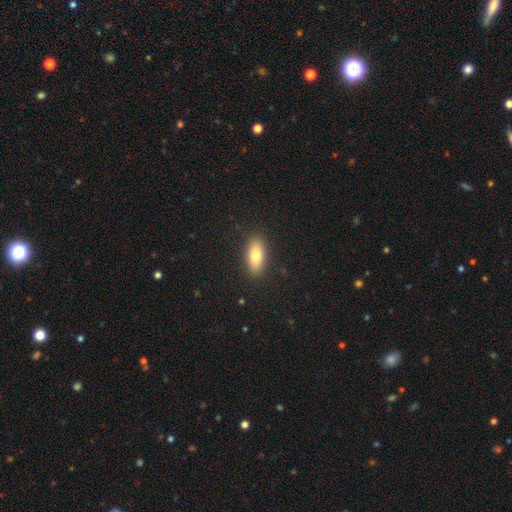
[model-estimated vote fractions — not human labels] smooth 76%, featured or disk 17%, star or artifact 7%. Down the decision tree: how rounded — in between (84%); merging — none (88%).